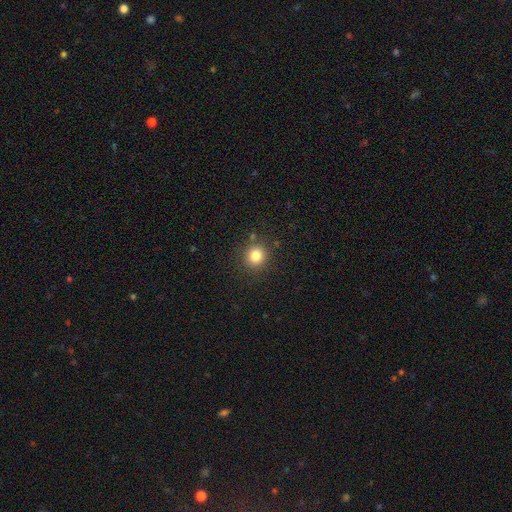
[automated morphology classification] type=smooth (82%); roundness=round (89%); merging=none (86%).